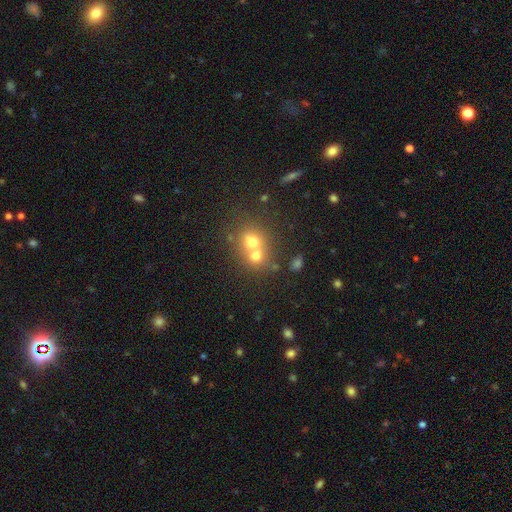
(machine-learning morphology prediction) Q: Smooth or featured?
A: smooth (66%); runner-up: featured or disk (20%)
Q: How rounded?
A: round (71%); runner-up: in between (28%)
Q: Merging?
A: merger (65%); runner-up: none (27%)